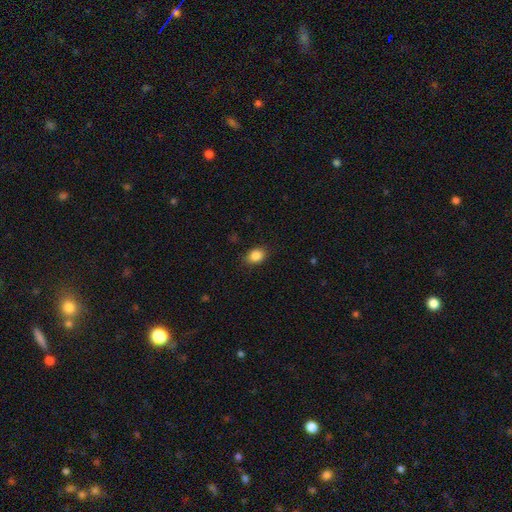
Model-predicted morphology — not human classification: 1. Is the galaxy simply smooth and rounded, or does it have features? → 86% smooth, 9% star or artifact, 4% featured or disk.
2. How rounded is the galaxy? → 63% in between, 36% round, 1% cigar-shaped.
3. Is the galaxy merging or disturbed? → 83% none, 13% minor disturbance, 3% major disturbance, 1% merger.